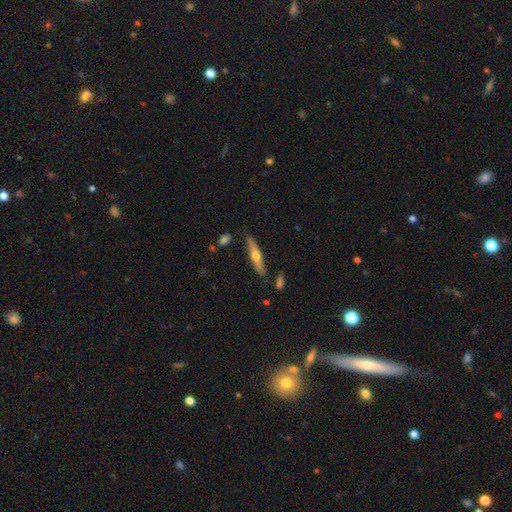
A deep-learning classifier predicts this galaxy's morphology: smooth-or-featured: featured or disk: 52% | smooth: 42% | star or artifact: 6%
  disk-edge-on: yes: 91% | no: 9%
  merging: none: 84% | minor disturbance: 11% | merger: 3% | major disturbance: 2%